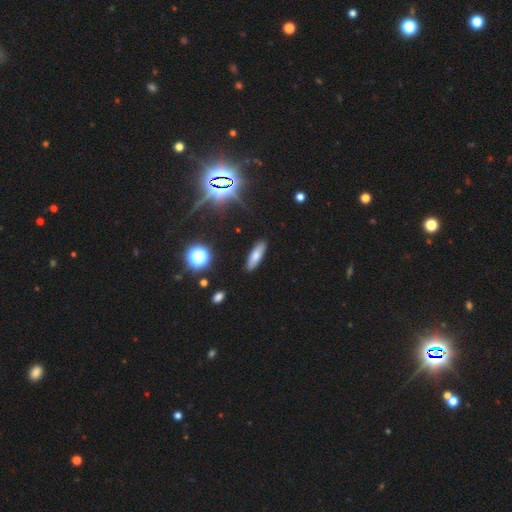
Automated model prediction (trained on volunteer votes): Q: Smooth or featured?
A: smooth (70%); runner-up: featured or disk (18%)
Q: How rounded?
A: in between (49%); runner-up: cigar-shaped (48%)
Q: Merging?
A: none (89%); runner-up: minor disturbance (8%)